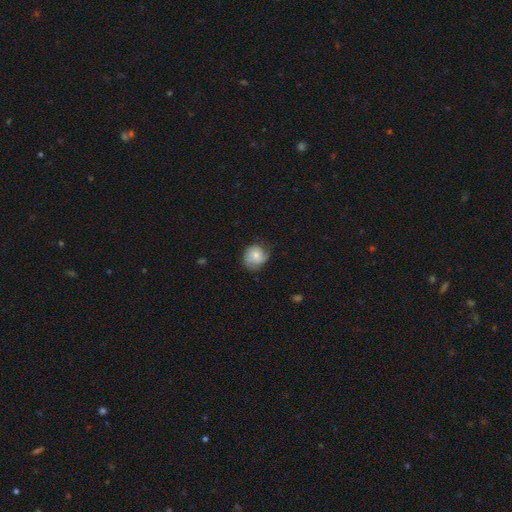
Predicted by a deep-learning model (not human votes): This is possibly a smooth galaxy (59%). How rounded: likely round (75%). Merging: possibly none (57%).